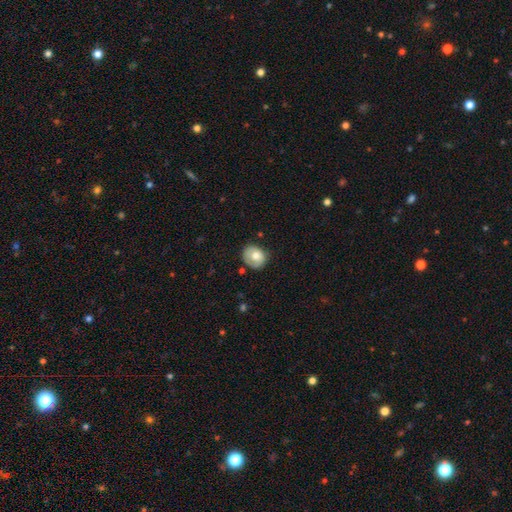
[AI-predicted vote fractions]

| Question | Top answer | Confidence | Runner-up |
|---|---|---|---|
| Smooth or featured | smooth | 67% | featured or disk (26%) |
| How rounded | round | 62% | in between (38%) |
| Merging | none | 68% | minor disturbance (23%) |